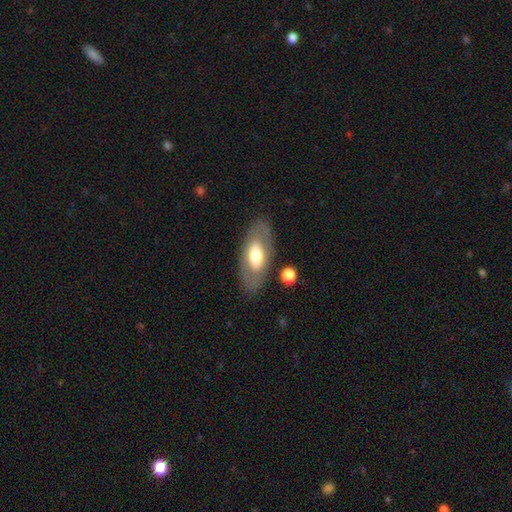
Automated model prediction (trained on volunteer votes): Morphology: type=smooth (52%); roundness=in between (88%); merging=none (81%).